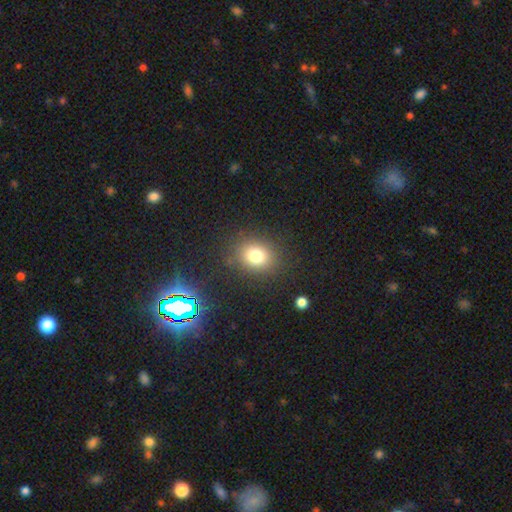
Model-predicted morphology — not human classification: smooth_or_featured: smooth (p=0.76) [alt: star or artifact p=0.16]
how_rounded: round (p=0.65) [alt: in between p=0.34]
merging: none (p=0.86) [alt: minor disturbance p=0.09]